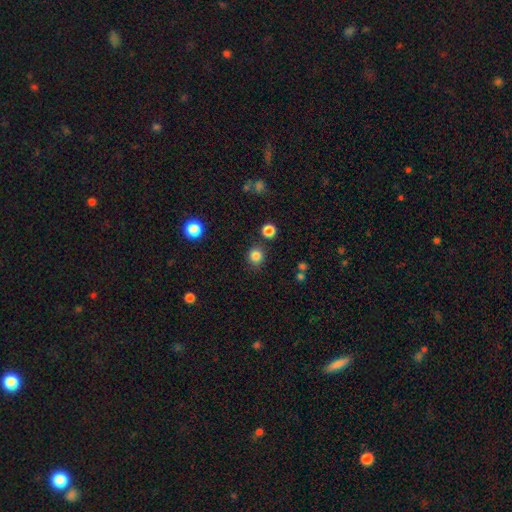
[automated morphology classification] The model was most divided on "smooth or featured": smooth: 83%, star or artifact: 13%, featured or disk: 4%. More confident: how rounded — round (86%); merging — none (85%).